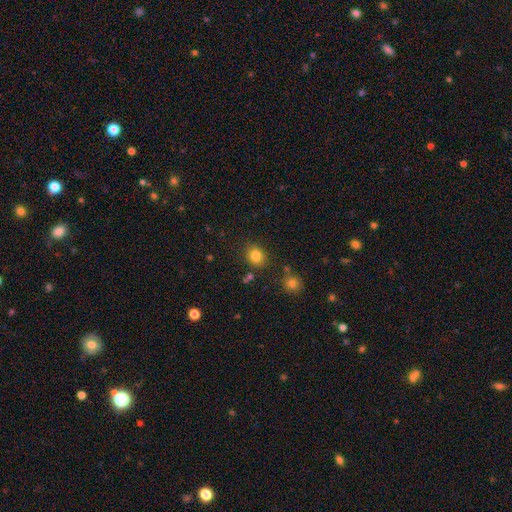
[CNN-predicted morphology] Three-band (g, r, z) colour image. It shows a smooth galaxy with no disk features (82%) that is round (68%). Merging: none (83%).